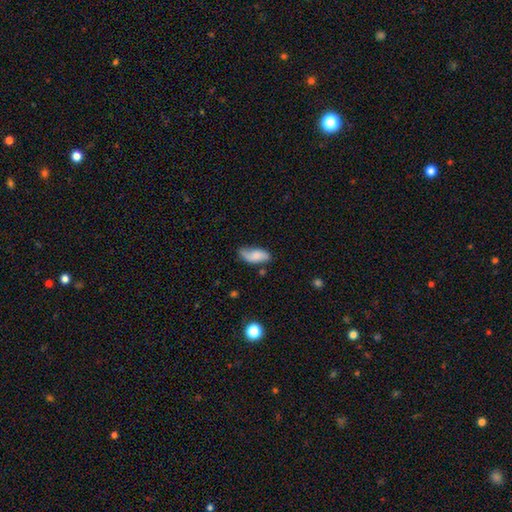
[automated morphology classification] Smooth or featured? Predicted: smooth (p=0.66). How rounded? Predicted: in between (p=0.86). Merging? Predicted: none (p=0.58).